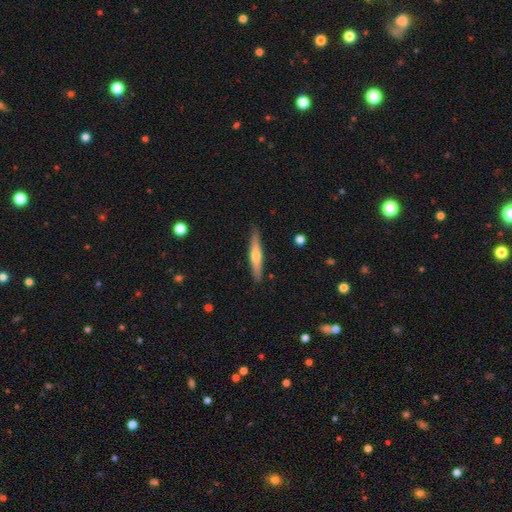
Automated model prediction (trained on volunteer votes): A featured or disk galaxy (47%, tied with smooth). Merging: none (88%).